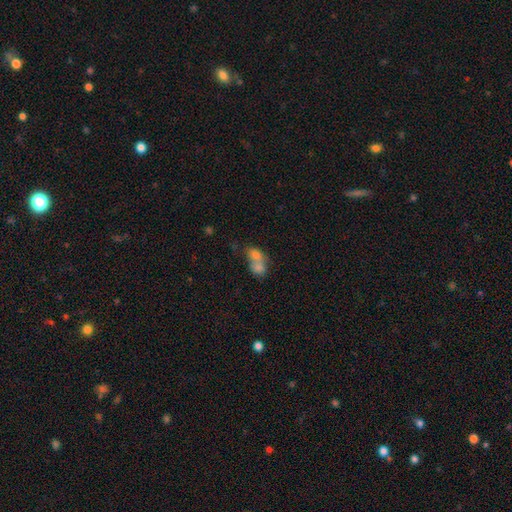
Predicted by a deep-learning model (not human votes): Overall: smooth (73%). How rounded: in between (63%; round 35%). Merging: merger (75%).